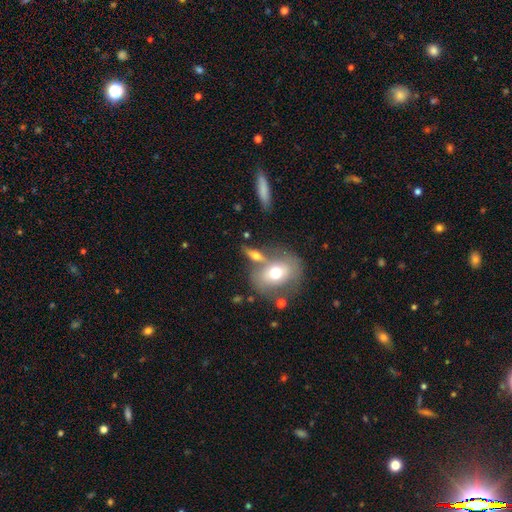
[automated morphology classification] Smooth or featured?
  - smooth: 52% *
  - featured or disk: 38%
  - star or artifact: 10%
How rounded?
  - in between: 53% *
  - round: 27%
  - cigar-shaped: 19%
Merging?
  - none: 53% *
  - merger: 28%
  - minor disturbance: 13%
  - major disturbance: 6%